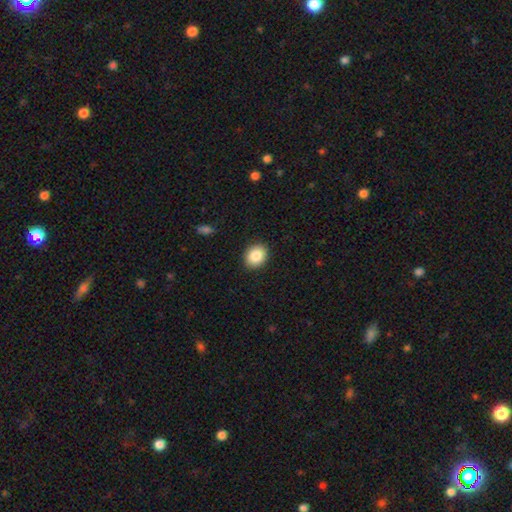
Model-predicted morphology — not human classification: Smooth or featured: smooth — 86% (star or artifact — 8%)
How rounded: round — 51% (in between — 48%)
Merging: none — 90% (minor disturbance — 7%)